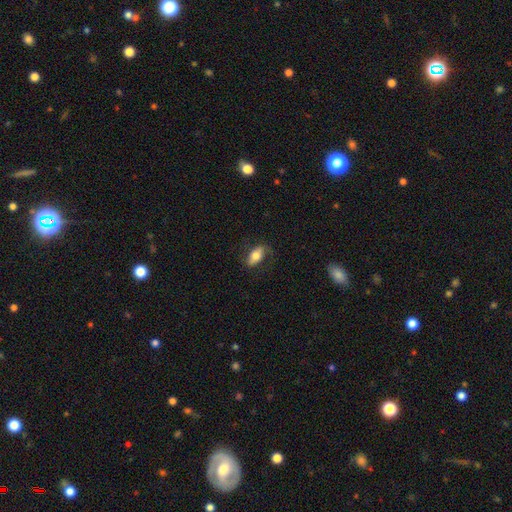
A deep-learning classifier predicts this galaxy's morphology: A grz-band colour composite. It shows a smooth galaxy with no disk features (63%) that is in between round and cigar-shaped (84%). Merging: none (73%).